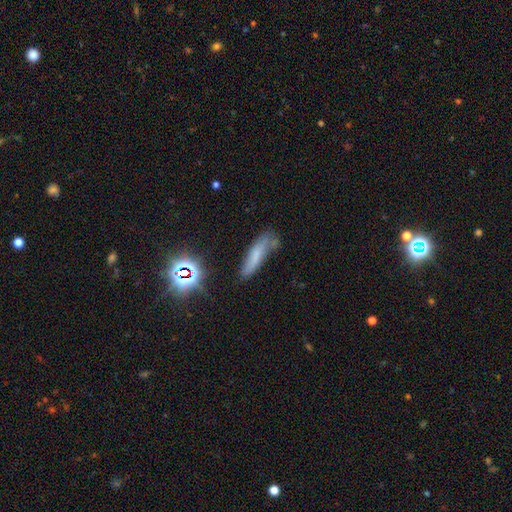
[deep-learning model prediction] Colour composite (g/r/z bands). It shows a smooth galaxy with no disk features (58%) that is cigar-shaped (71%). Merging: none (57%).